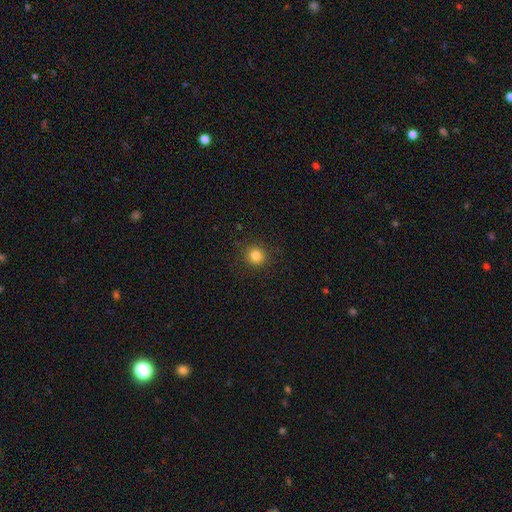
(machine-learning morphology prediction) smooth-or-featured: smooth: 82% | star or artifact: 12% | featured or disk: 6%
  how-rounded: round: 93% | in between: 6% | cigar-shaped: 1%
  merging: none: 91% | minor disturbance: 6% | major disturbance: 2% | merger: 1%